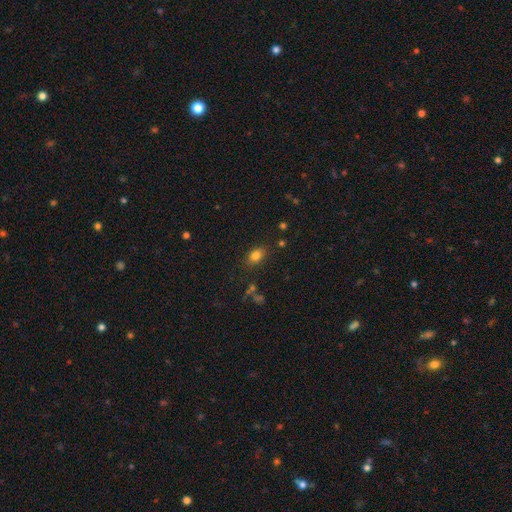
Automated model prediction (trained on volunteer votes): Overall: smooth (81%). How rounded: in between (76%). Merging: none (81%).